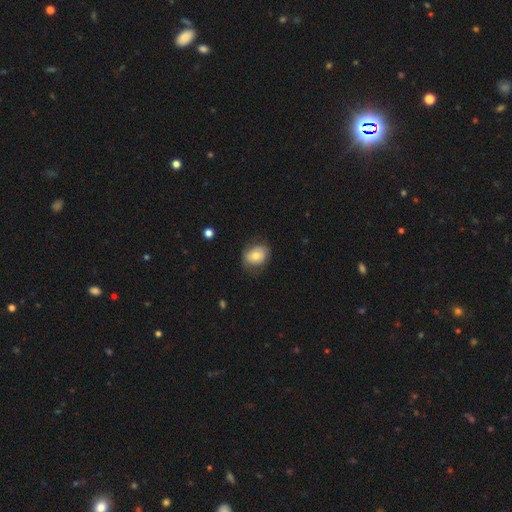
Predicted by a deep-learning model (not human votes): This is likely a smooth galaxy (61%). How rounded: possibly in between (54%). Merging: likely none (68%).